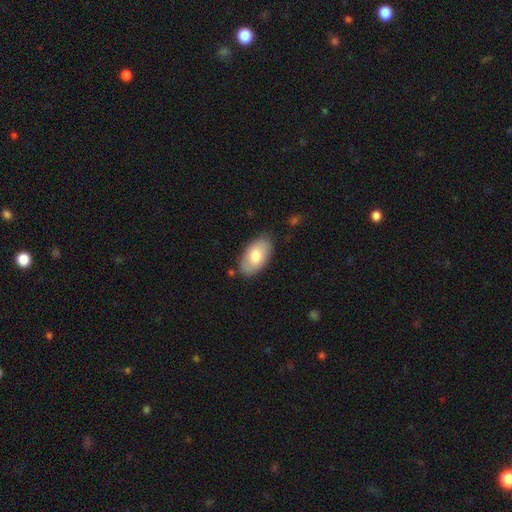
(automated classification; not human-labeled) A smooth galaxy with no disk features (74%) that is in between round and cigar-shaped (95%). Merging: none (83%).